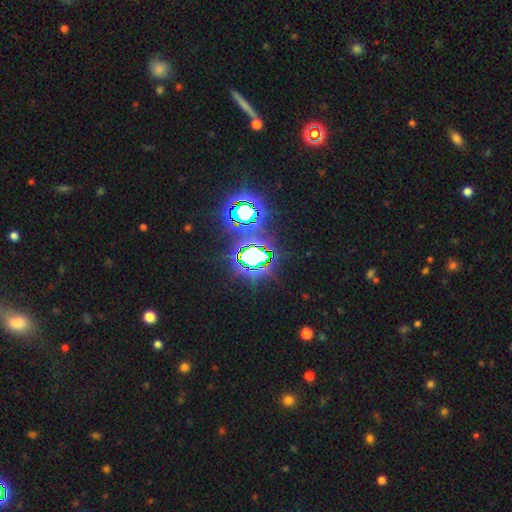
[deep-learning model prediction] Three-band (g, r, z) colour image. It shows a star or artifact, not a galaxy (75%).